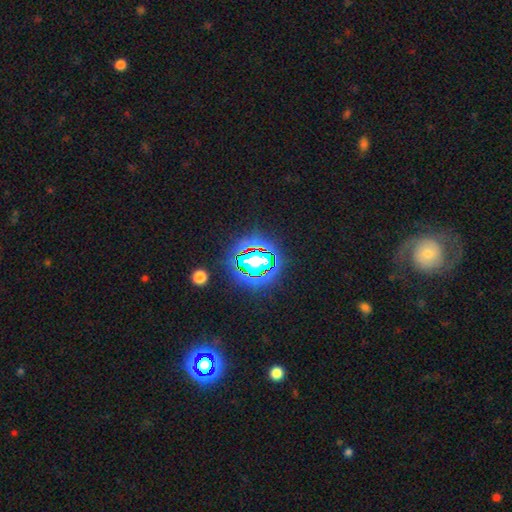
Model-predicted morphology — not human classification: type=star or artifact (75%).